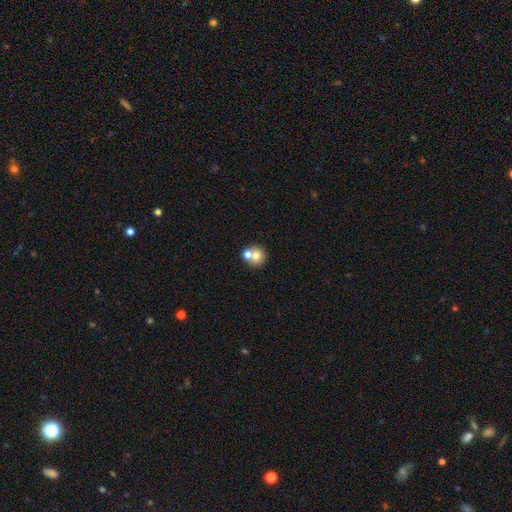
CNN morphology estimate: Smooth or featured: smooth — 70% (featured or disk — 19%)
How rounded: round — 87% (in between — 12%)
Merging: none — 50% (merger — 41%)